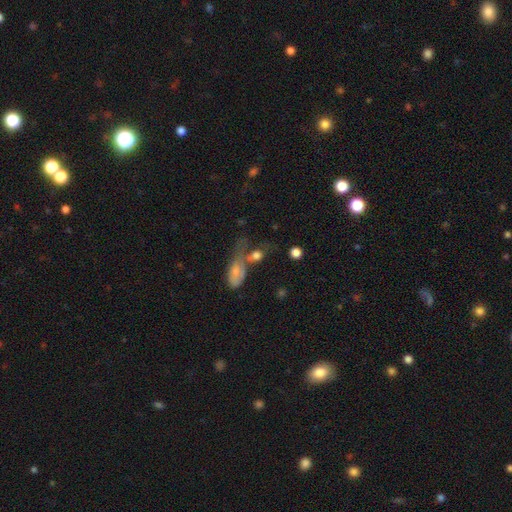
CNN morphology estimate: The model was most divided on "merging": merger: 42%, none: 30%, major disturbance: 15%, minor disturbance: 14%. More confident: smooth or featured — smooth (61%); how rounded — in between (56%).